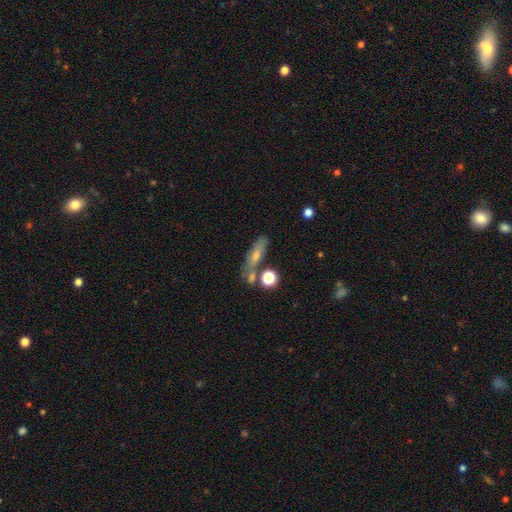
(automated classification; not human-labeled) Morphology: type=smooth (49%); merging=none (59%).